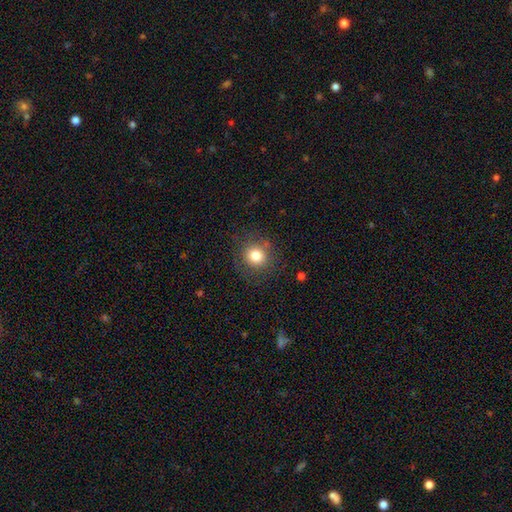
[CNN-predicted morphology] smooth 80%, star or artifact 12%, featured or disk 8%. Down the decision tree: how rounded — round (88%); merging — none (84%).